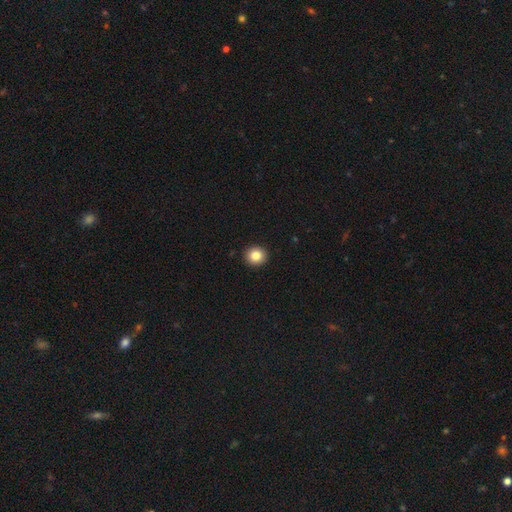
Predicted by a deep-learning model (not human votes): Smooth or featured?
  - smooth: 84% *
  - star or artifact: 10%
  - featured or disk: 6%
How rounded?
  - round: 91% *
  - in between: 8%
  - cigar-shaped: 1%
Merging?
  - none: 93% *
  - minor disturbance: 5%
  - major disturbance: 1%
  - merger: 1%